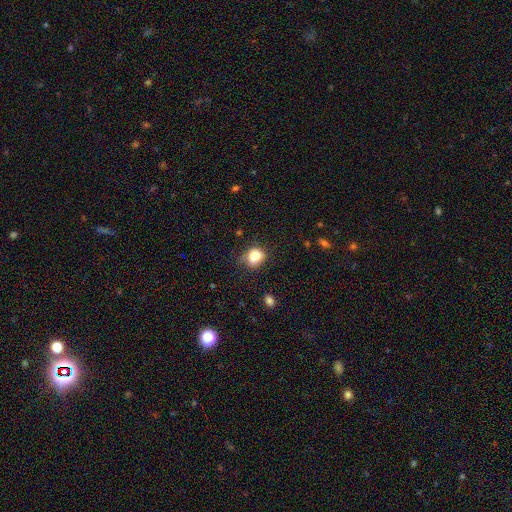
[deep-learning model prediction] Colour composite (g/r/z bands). It shows a smooth galaxy with no disk features (80%) that is round (54%). Merging: none (53%).